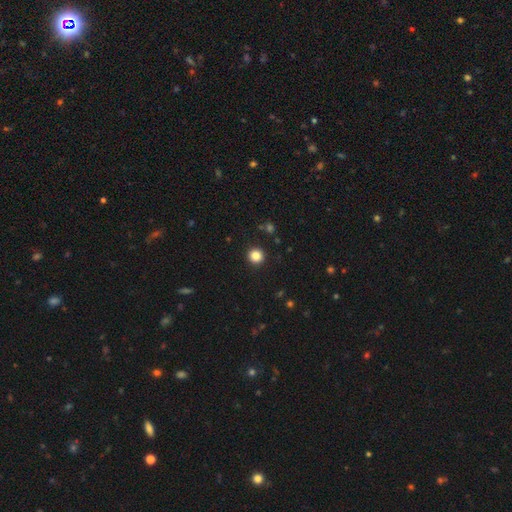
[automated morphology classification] smooth 84%, star or artifact 11%, featured or disk 4%. Down the decision tree: how rounded — round (95%); merging — none (93%).